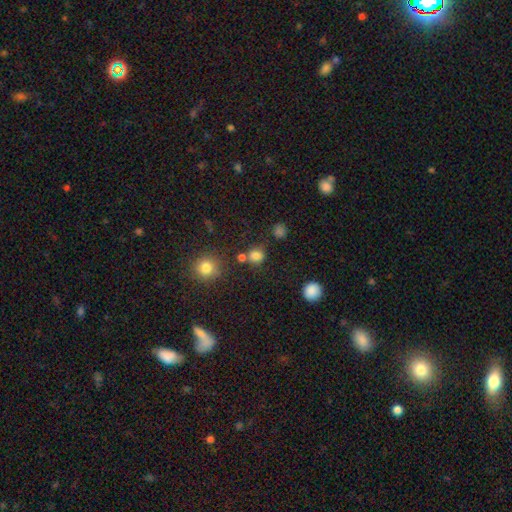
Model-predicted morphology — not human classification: Smooth or featured?
  - smooth: 78% *
  - star or artifact: 16%
  - featured or disk: 5%
How rounded?
  - round: 77% *
  - in between: 22%
  - cigar-shaped: 1%
Merging?
  - none: 68% *
  - merger: 15%
  - minor disturbance: 12%
  - major disturbance: 5%